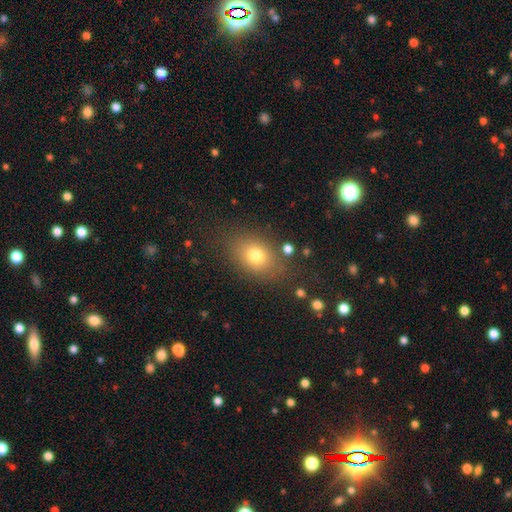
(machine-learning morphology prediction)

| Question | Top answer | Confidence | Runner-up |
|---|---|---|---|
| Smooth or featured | smooth | 75% | star or artifact (13%) |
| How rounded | in between | 69% | round (29%) |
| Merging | none | 79% | minor disturbance (13%) |